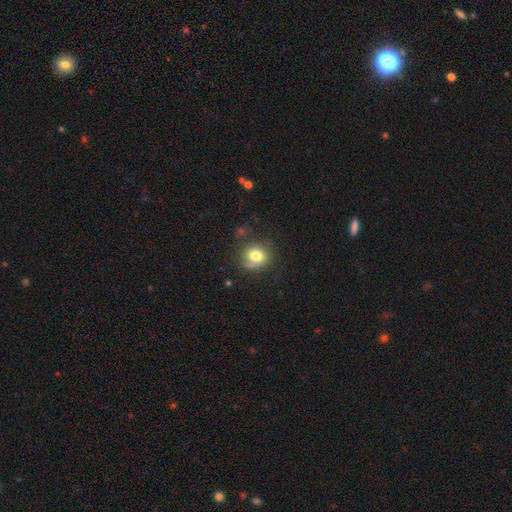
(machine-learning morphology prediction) smooth 77%, featured or disk 13%, star or artifact 10%. Down the decision tree: how rounded — round (80%); merging — none (68%).